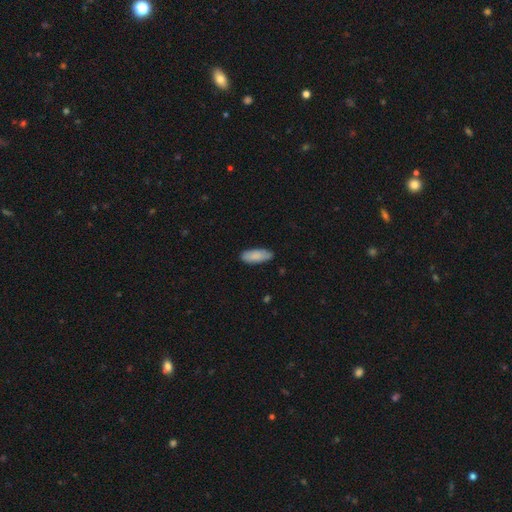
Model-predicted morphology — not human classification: smooth 85%, featured or disk 9%, star or artifact 6%. Down the decision tree: how rounded — in between (78%); merging — none (77%).